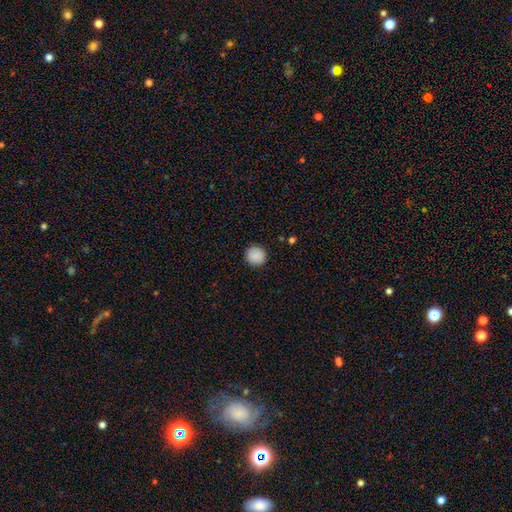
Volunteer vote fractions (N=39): Morphology: type=smooth (90%); roundness=round (100%); merging=none (89%).